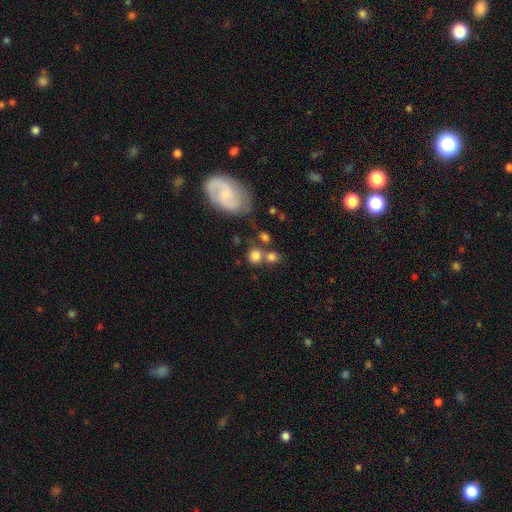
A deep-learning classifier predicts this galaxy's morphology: Smooth or featured: smooth — 75% (featured or disk — 13%)
How rounded: round — 81% (in between — 18%)
Merging: none — 56% (merger — 26%)